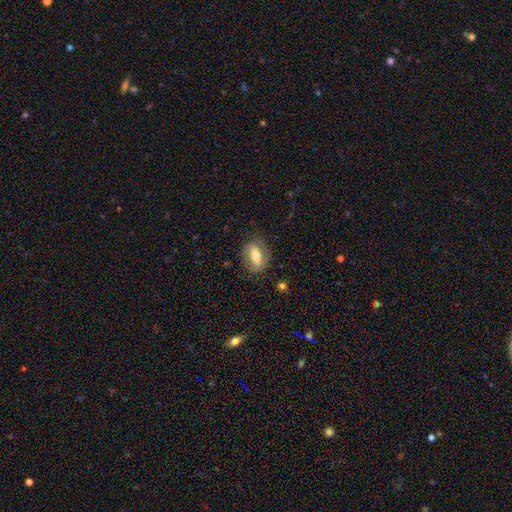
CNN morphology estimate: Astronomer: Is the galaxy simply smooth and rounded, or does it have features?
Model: featured or disk — 48% (runner-up: smooth, 45%).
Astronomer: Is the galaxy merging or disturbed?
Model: none — 76%.